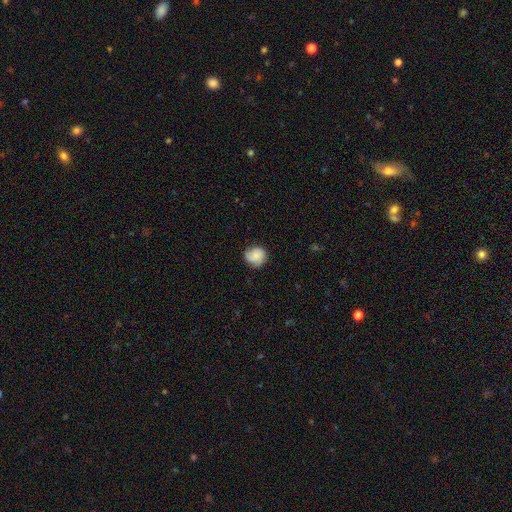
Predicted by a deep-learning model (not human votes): Morphology: type=smooth (69%); roundness=round (84%); merging=none (74%).